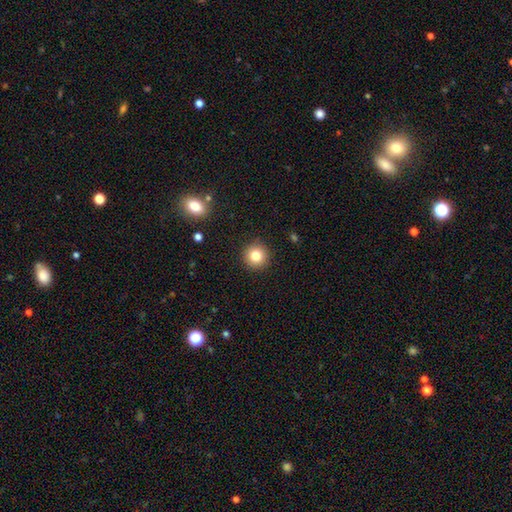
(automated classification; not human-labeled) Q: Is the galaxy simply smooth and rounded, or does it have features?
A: smooth — 81%.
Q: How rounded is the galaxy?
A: round — 95%.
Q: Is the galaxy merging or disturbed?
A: none — 91%.